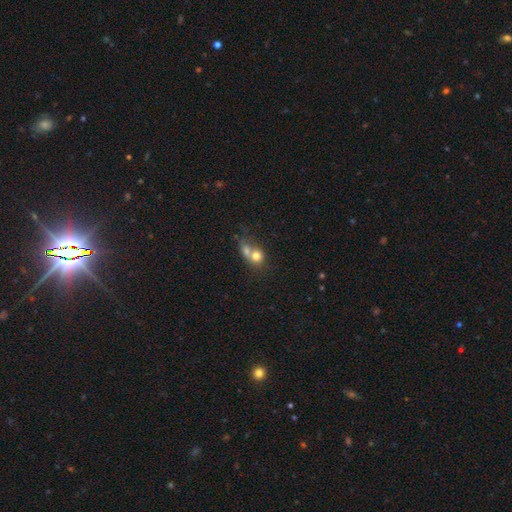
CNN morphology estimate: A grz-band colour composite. It shows a smooth galaxy with no disk features (70%) that is round (71%). Merging: merger (66%).